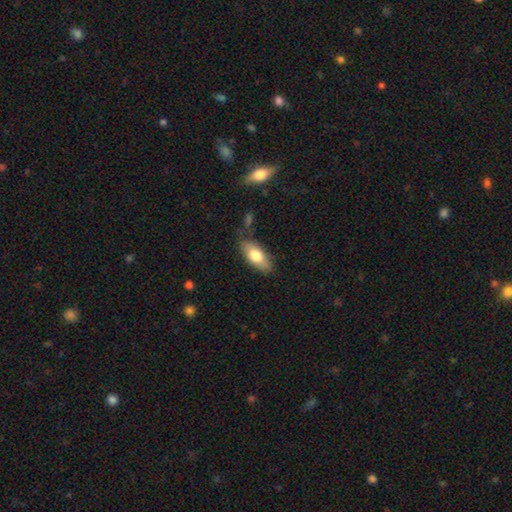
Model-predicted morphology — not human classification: The model was most divided on "smooth or featured": smooth: 75%, featured or disk: 19%, star or artifact: 6%. More confident: how rounded — in between (84%); merging — none (75%).